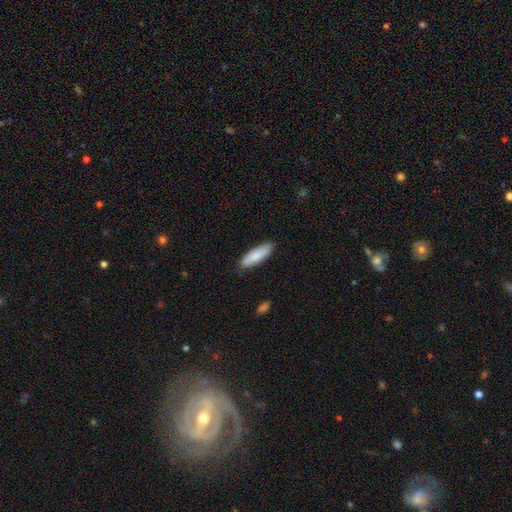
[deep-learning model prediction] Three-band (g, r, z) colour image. It shows a smooth galaxy with no disk features (81%) that is in between round and cigar-shaped (52%). Merging: none (83%).